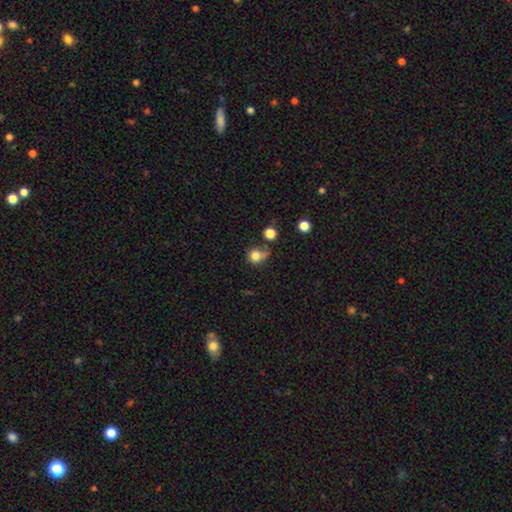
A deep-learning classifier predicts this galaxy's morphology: The model was most divided on "merging": none: 46%, minor disturbance: 23%, merger: 18%, major disturbance: 13%. More confident: how rounded — round (81%); smooth or featured — smooth (80%).